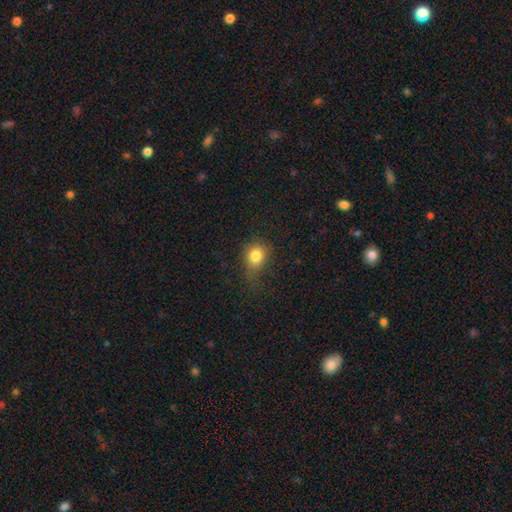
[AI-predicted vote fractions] Smooth or featured: smooth — 80% (star or artifact — 12%)
How rounded: round — 68% (in between — 31%)
Merging: none — 60% (minor disturbance — 27%)